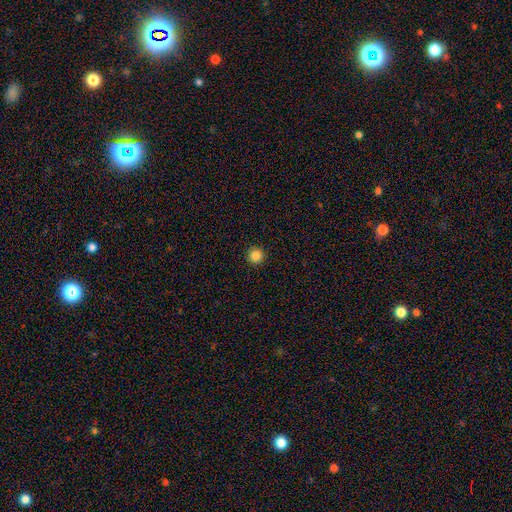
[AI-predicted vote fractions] This is clearly a smooth galaxy (86%). How rounded: clearly round (96%). Merging: clearly none (93%).